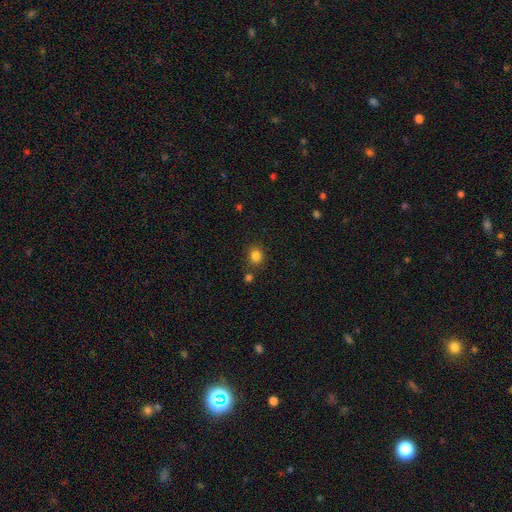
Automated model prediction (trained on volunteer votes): A smooth galaxy with no disk features (83%) that is round (73%). Merging: none (78%).